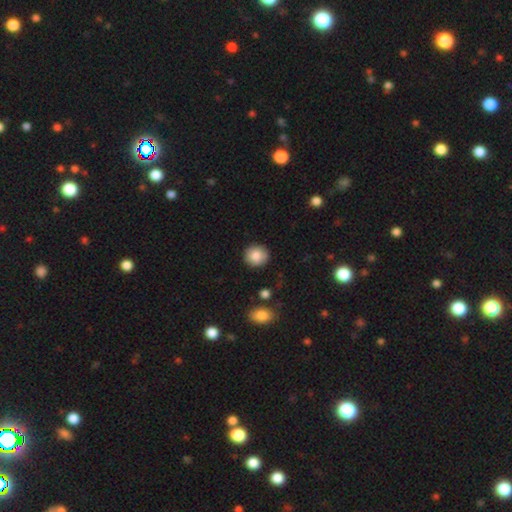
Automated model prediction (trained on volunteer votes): Morphology: type=smooth (85%); roundness=round (90%); merging=none (90%).